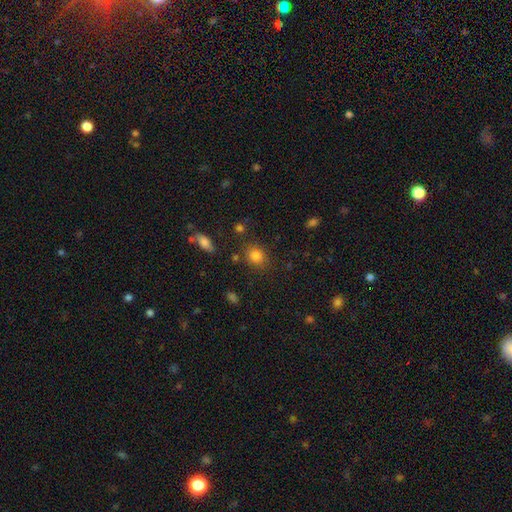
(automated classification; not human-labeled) A smooth galaxy with no disk features (82%) that is round (65%). Merging: none (79%).